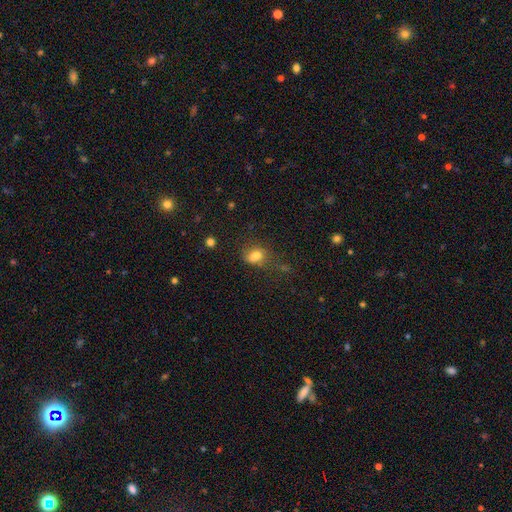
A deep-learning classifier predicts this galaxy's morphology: This is likely a smooth galaxy (70%). How rounded: possibly in between (51%). Merging: marginally none (38%).